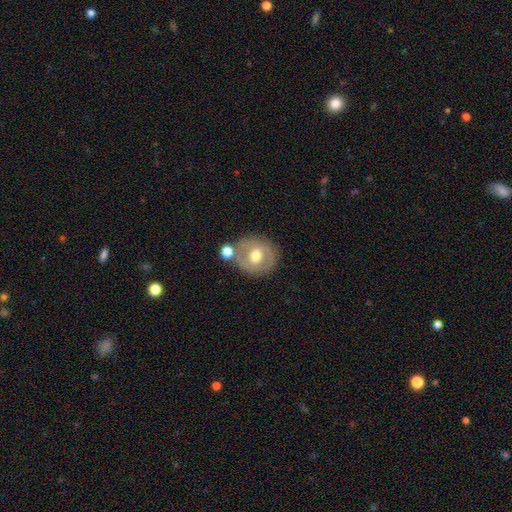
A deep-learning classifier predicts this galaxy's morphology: This is possibly a smooth galaxy (46%, tied with featured or disk). Merging: likely none (70%).